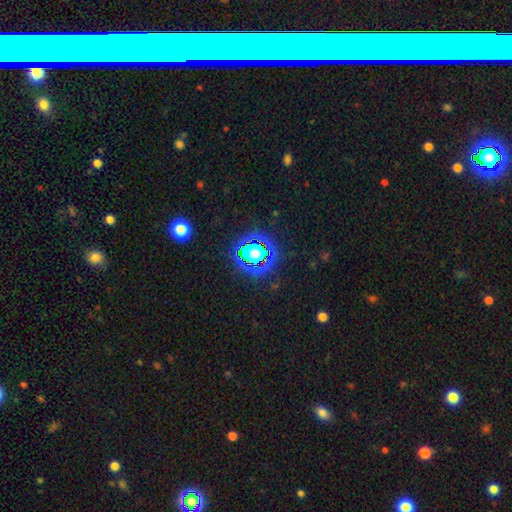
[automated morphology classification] star or artifact 80%, smooth 12%, featured or disk 8%.